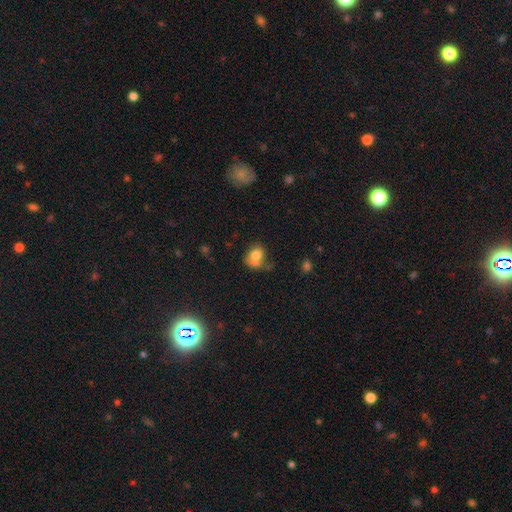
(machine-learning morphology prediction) A smooth galaxy with no disk features (75%) that is in between round and cigar-shaped (50%). Merging: none (36%).